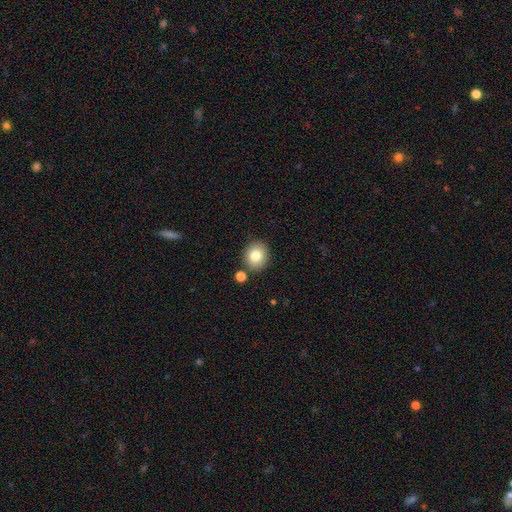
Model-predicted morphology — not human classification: Smooth or featured: smooth — 81% (star or artifact — 10%)
How rounded: round — 73% (in between — 26%)
Merging: none — 83% (minor disturbance — 8%)